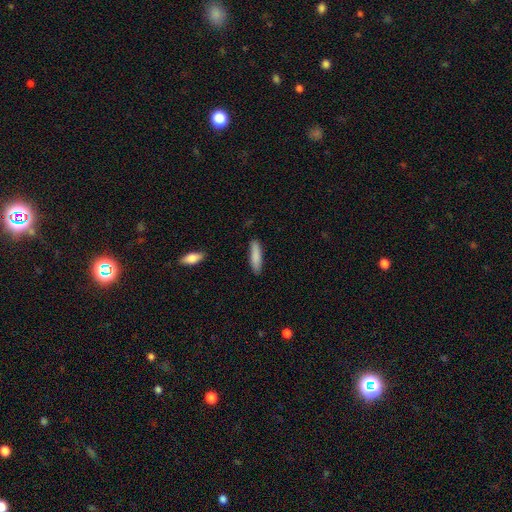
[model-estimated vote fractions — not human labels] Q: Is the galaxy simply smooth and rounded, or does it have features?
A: smooth — 85%.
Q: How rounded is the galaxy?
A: cigar-shaped — 73%.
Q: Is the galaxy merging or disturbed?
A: none — 85%.